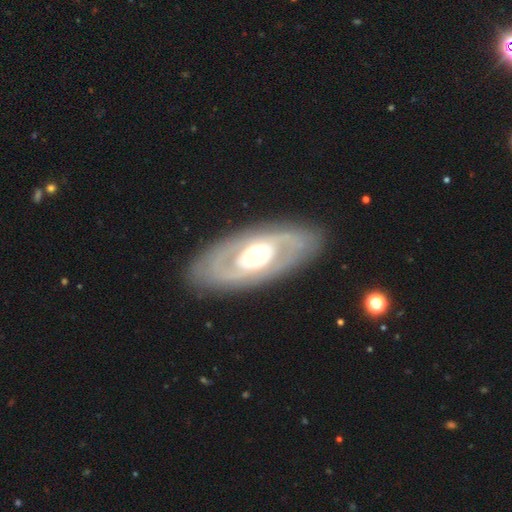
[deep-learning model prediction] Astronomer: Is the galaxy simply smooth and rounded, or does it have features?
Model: featured or disk — 76%.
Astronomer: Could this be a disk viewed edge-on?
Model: no — 90%.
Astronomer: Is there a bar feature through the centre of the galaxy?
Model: no — 68%.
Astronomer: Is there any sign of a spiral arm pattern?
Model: no — 54% (runner-up: yes, 46%).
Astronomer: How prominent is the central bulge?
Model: moderate — 59%.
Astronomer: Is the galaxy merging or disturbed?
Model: none — 83%.